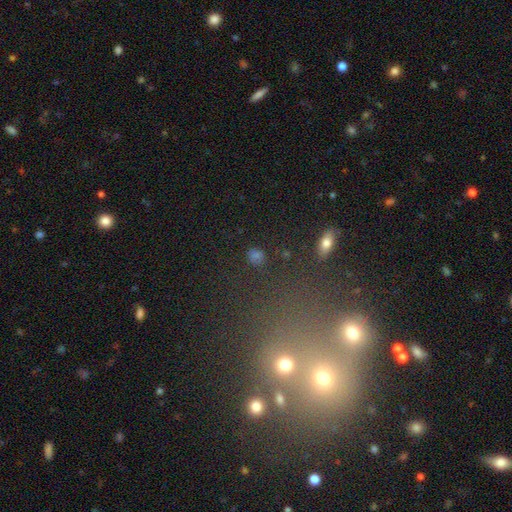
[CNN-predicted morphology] smooth_or_featured: smooth (p=0.65) [alt: star or artifact p=0.25]
how_rounded: round (p=0.64) [alt: in between p=0.32]
merging: none (p=0.80) [alt: minor disturbance p=0.11]